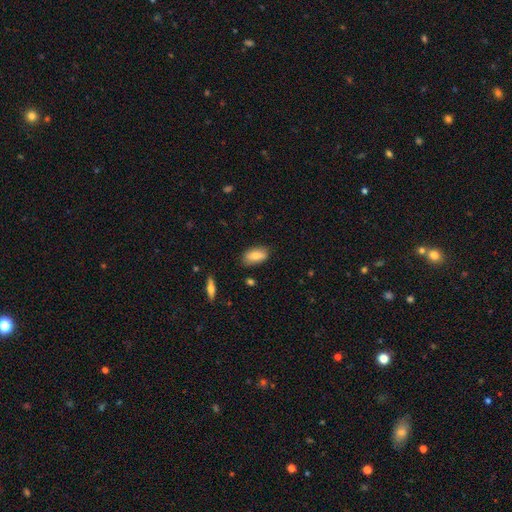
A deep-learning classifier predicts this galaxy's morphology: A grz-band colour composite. It shows a smooth galaxy with no disk features (78%) that is in between round and cigar-shaped (88%). Merging: none (77%).